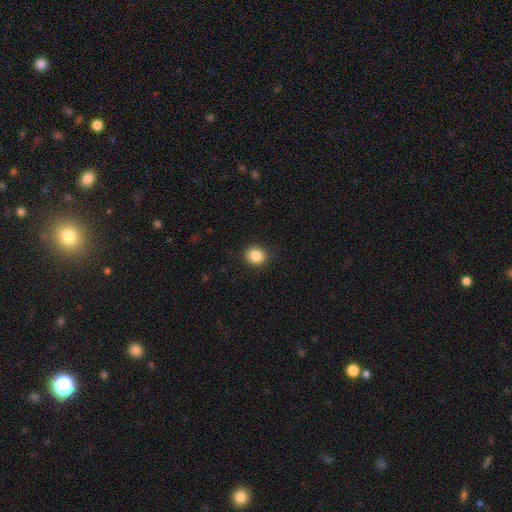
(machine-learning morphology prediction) Smooth or featured? smooth (87%)
How rounded? round (70%)
Merging? none (88%)